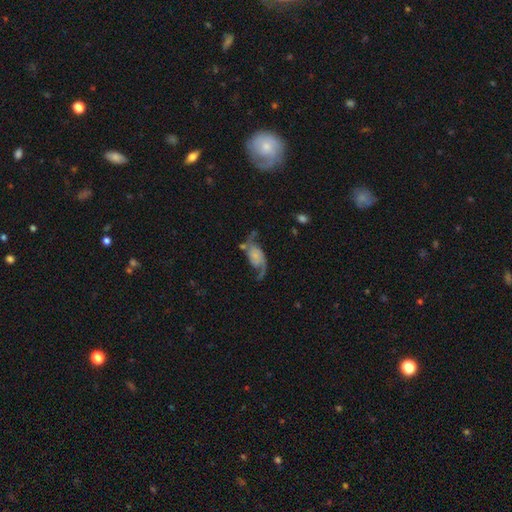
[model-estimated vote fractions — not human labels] featured or disk 82%, smooth 11%, star or artifact 6%. Down the decision tree: edge-on disk — no (96%); bar — no (68%); spiral arms — yes (96%); spiral arm count — 2 (91%); spiral winding — loose (73%); bulge size — small (40%); merging — none (59%).